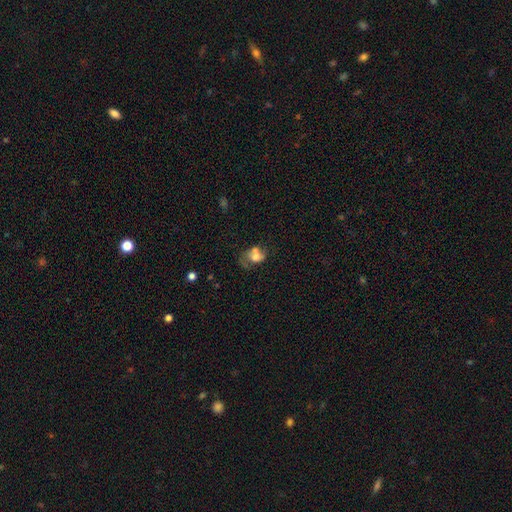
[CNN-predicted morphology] The model was most divided on "merging": merger: 38%, major disturbance: 24%, none: 22%, minor disturbance: 17%. More confident: how rounded — in between (58%); smooth or featured — smooth (58%).